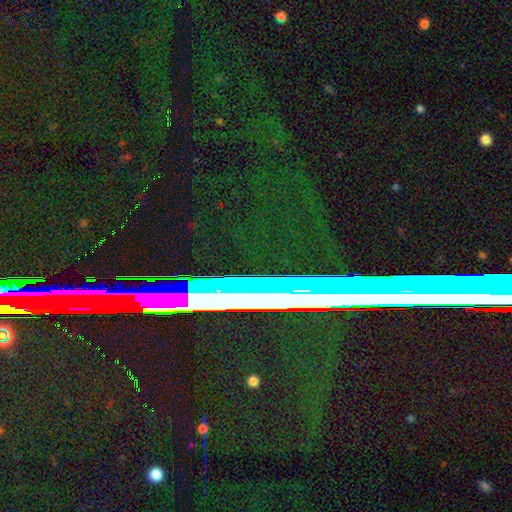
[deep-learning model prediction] Overall: star or artifact (63%; featured or disk 24%).